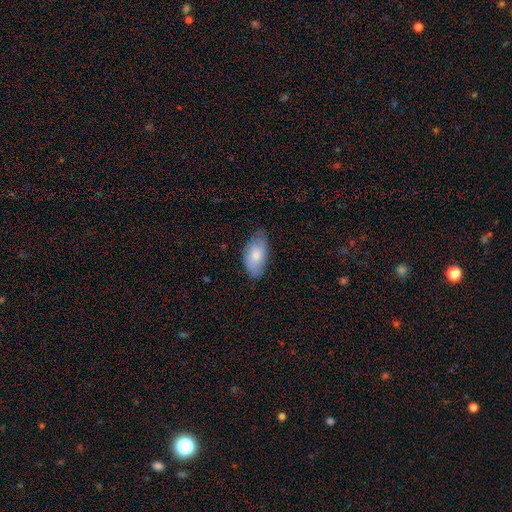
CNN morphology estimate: smooth_or_featured: smooth (p=0.74) [alt: featured or disk p=0.19]
how_rounded: in between (p=0.93) [alt: round p=0.03]
merging: none (p=0.69) [alt: minor disturbance p=0.25]